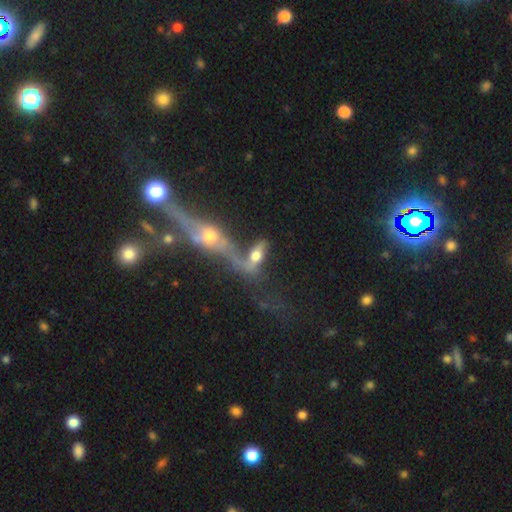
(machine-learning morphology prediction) smooth 45%, featured or disk 42%, star or artifact 13%. Down the decision tree: merging — merger (64%).